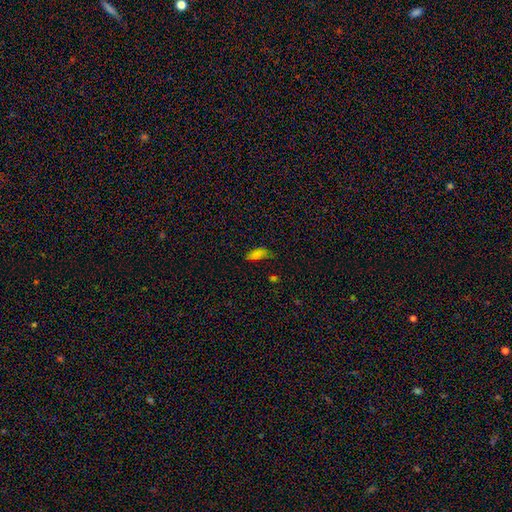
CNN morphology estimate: This is likely a smooth galaxy (69%). How rounded: clearly in between (81%). Merging: likely none (65%).